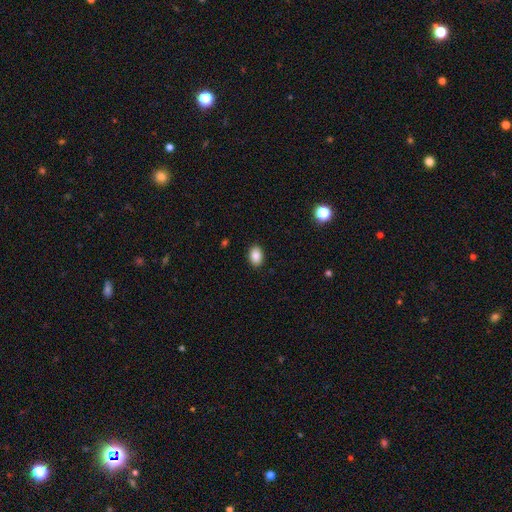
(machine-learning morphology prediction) Smooth or featured? Predicted: smooth (p=0.87). How rounded? Predicted: in between (p=0.83). Merging? Predicted: none (p=0.90).